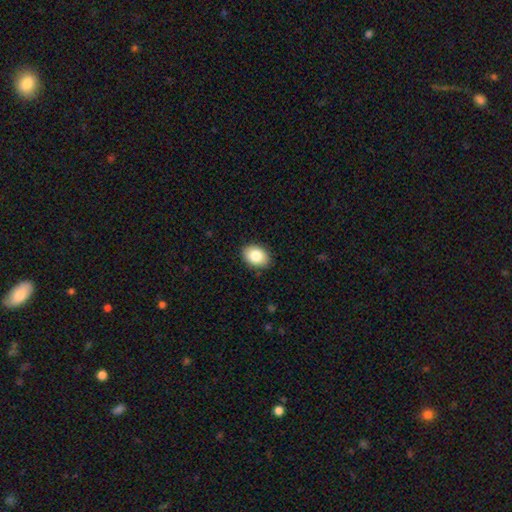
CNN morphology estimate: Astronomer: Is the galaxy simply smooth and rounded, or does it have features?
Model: smooth — 84%.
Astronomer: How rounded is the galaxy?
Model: in between — 77%.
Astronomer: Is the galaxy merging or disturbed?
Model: none — 89%.